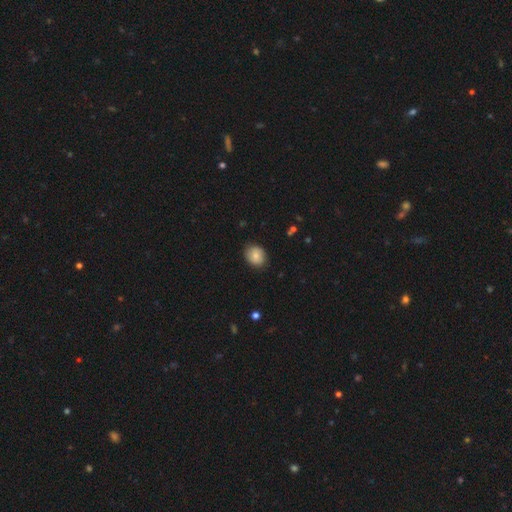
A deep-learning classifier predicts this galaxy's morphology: This is clearly a smooth galaxy (81%). How rounded: possibly round (59%). Merging: clearly none (83%).